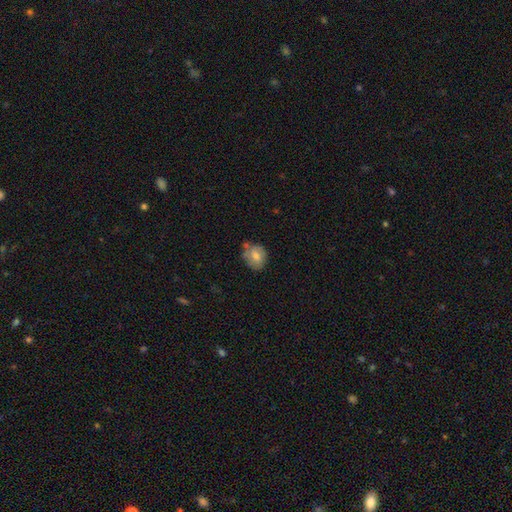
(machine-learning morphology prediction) Q: Smooth or featured?
A: smooth (69%); runner-up: featured or disk (23%)
Q: How rounded?
A: round (60%); runner-up: in between (39%)
Q: Merging?
A: none (61%); runner-up: minor disturbance (24%)